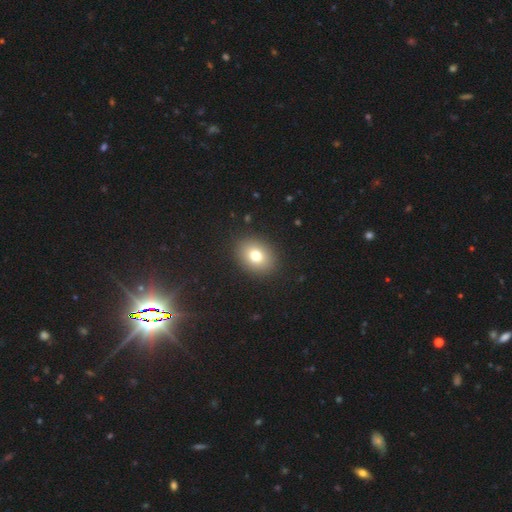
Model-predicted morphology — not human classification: This appears to be a smooth galaxy with no disk features (76%) that is in between round and cigar-shaped (63%). Merging: none (90%).